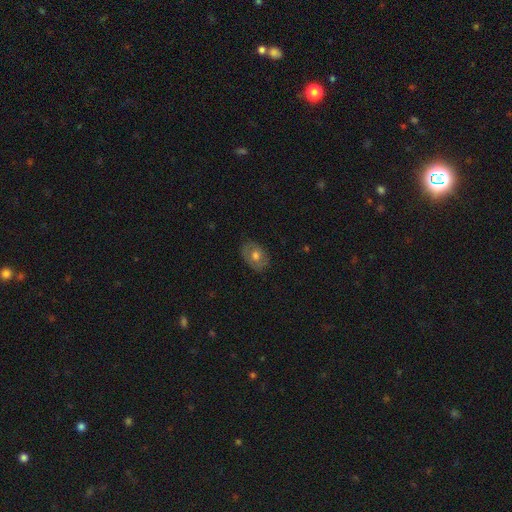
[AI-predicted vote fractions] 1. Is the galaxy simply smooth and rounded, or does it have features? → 56% smooth, 36% featured or disk, 8% star or artifact.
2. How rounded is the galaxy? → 71% in between, 28% round, 1% cigar-shaped.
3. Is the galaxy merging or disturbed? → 80% none, 15% minor disturbance, 4% major disturbance, 1% merger.